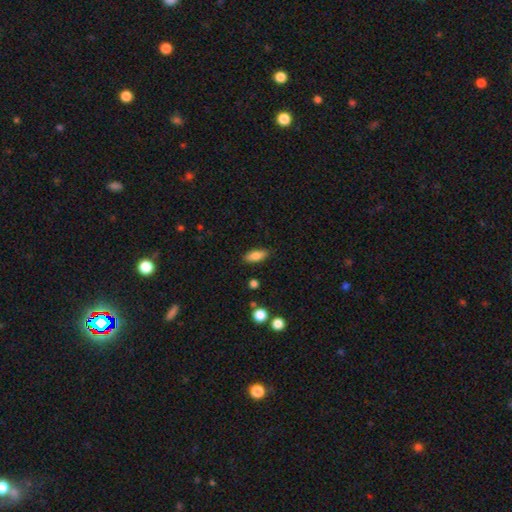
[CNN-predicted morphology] Q: Smooth or featured?
A: smooth (83%); runner-up: featured or disk (9%)
Q: How rounded?
A: in between (78%); runner-up: cigar-shaped (19%)
Q: Merging?
A: none (86%); runner-up: minor disturbance (10%)